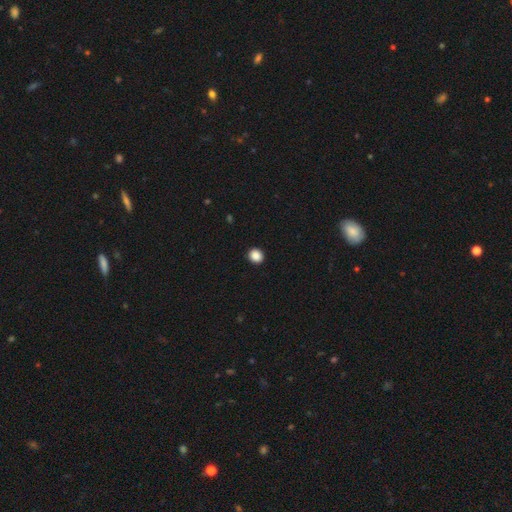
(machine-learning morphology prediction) smooth 88%, star or artifact 9%, featured or disk 2%. Down the decision tree: how rounded — round (70%); merging — none (92%).